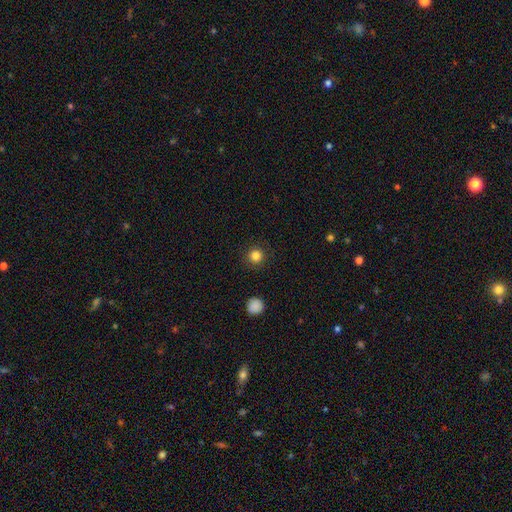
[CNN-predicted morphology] smooth_or_featured: smooth (p=0.84) [alt: star or artifact p=0.12]
how_rounded: round (p=0.95) [alt: in between p=0.04]
merging: none (p=0.91) [alt: minor disturbance p=0.06]